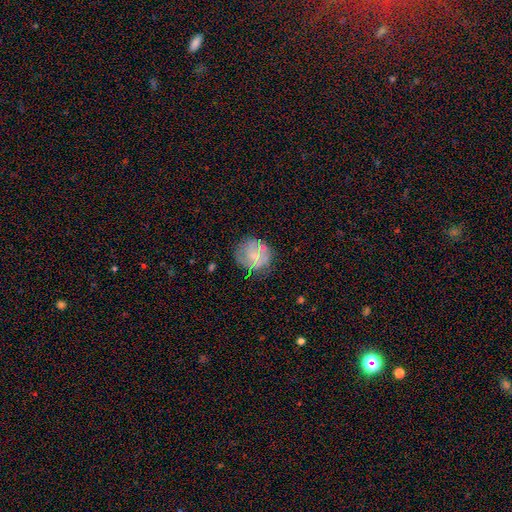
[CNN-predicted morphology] type=featured or disk (55%); edge-on=no (98%); bar=no (76%); spiral arms=no (51%); bulge=small (58%); merging=none (61%).